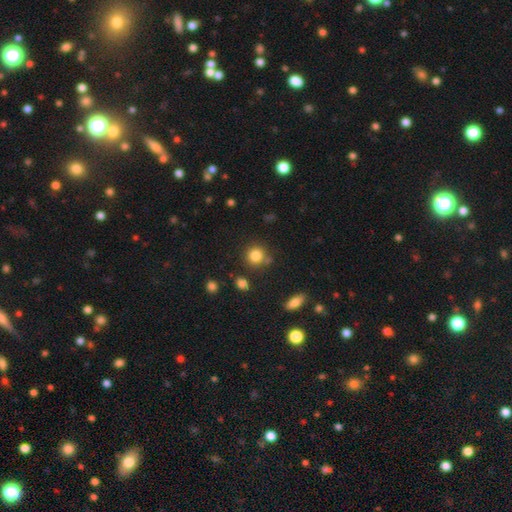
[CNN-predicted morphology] A smooth galaxy with no disk features (83%) that is round (88%).

Vote fractions:
- Smooth or featured? smooth: 83% / star or artifact: 11% / featured or disk: 6%
- How rounded? round: 88% / in between: 11% / cigar-shaped: 1%
- Merging? none: 78% / minor disturbance: 10% / merger: 8% / major disturbance: 4%